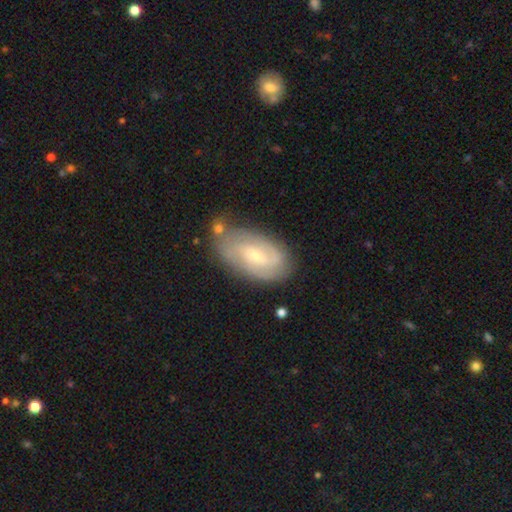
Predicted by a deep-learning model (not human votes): Smooth or featured? Predicted: featured or disk (p=0.73). Edge-on disk? Predicted: no (p=0.95). Bar? Predicted: weak (p=0.52). Spiral arms? Predicted: yes (p=0.91). Spiral winding? Predicted: tight (p=0.46). Spiral arm count? Predicted: 2 (p=0.52). Bulge size? Predicted: small (p=0.63). Merging? Predicted: none (p=0.67).